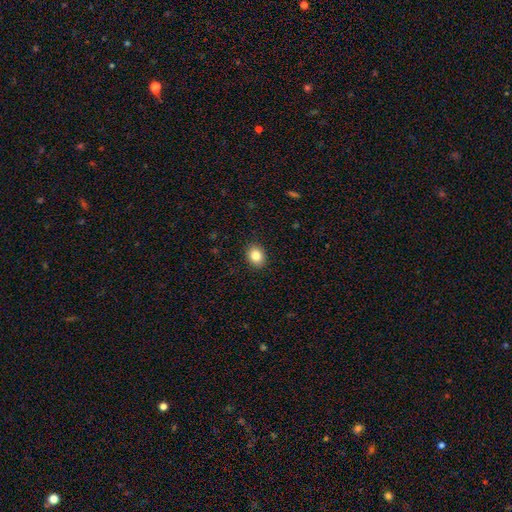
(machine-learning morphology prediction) Overall: smooth (83%). How rounded: in between (56%; round 43%). Merging: none (90%).